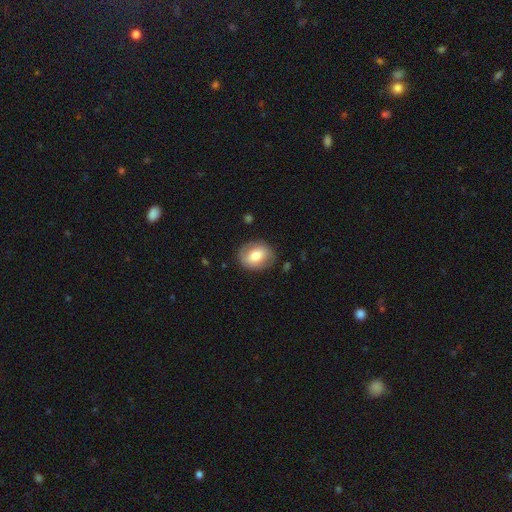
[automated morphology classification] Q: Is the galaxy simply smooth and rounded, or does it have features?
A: smooth — 67%.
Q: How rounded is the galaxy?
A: round — 51%.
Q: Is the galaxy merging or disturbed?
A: none — 82%.